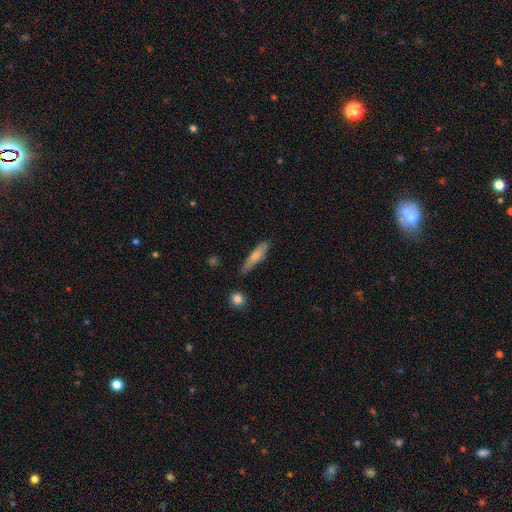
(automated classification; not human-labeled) Q: Smooth or featured?
A: smooth (73%); runner-up: featured or disk (21%)
Q: How rounded?
A: cigar-shaped (78%); runner-up: in between (20%)
Q: Merging?
A: none (72%); runner-up: minor disturbance (21%)